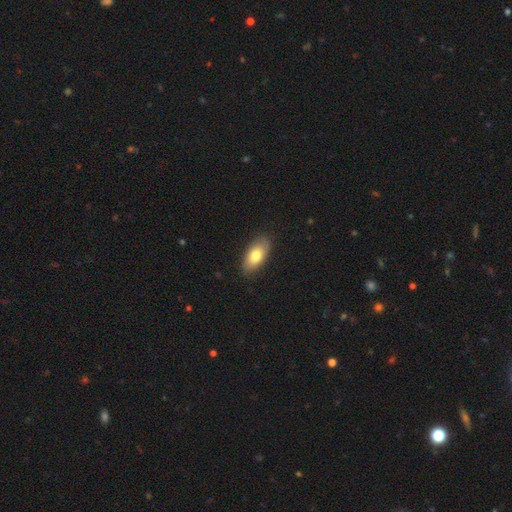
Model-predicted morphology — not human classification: This appears to be a smooth galaxy with no disk features (74%) that is in between round and cigar-shaped (91%). Merging: none (85%).